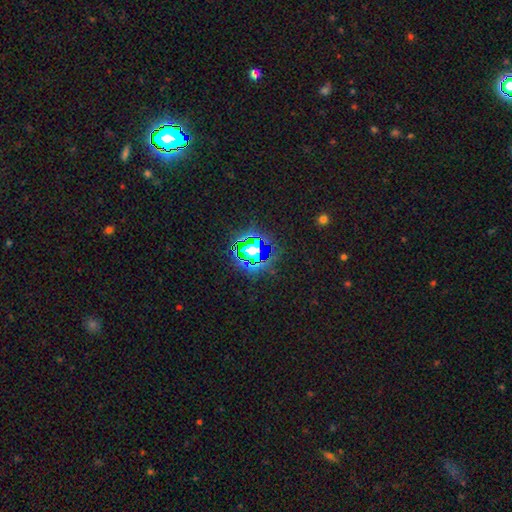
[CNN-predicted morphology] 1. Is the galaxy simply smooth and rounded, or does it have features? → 73% star or artifact, 17% smooth, 10% featured or disk.